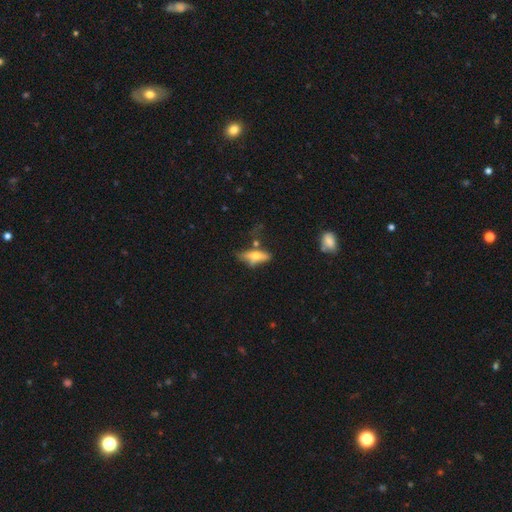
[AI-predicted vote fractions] This appears to be a smooth galaxy with no disk features (50%) that is in between round and cigar-shaped (50%). Merging: none (51%).